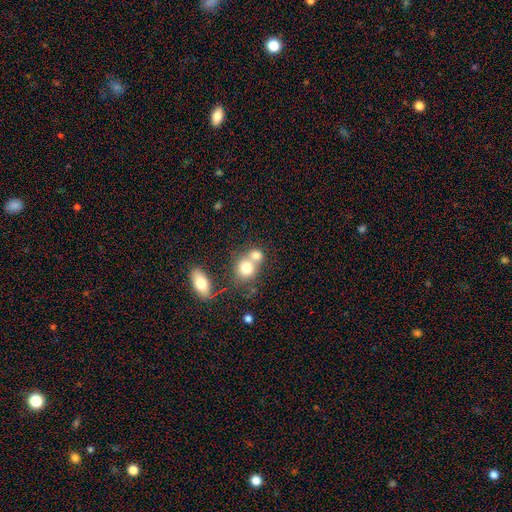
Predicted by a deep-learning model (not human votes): Smooth or featured? smooth (76%)
How rounded? round (68%)
Merging? merger (56%)